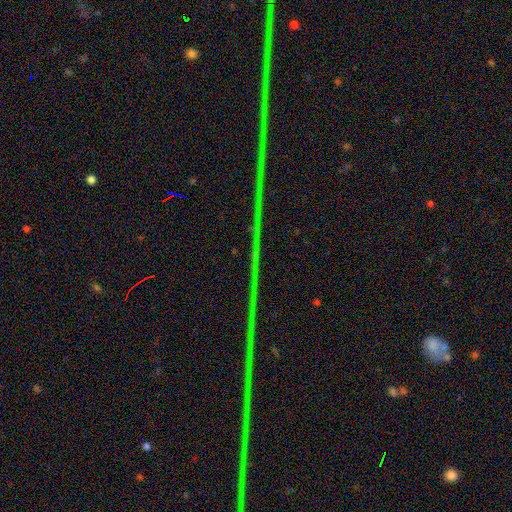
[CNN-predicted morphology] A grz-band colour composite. It shows a star or artifact, not a galaxy (87%).